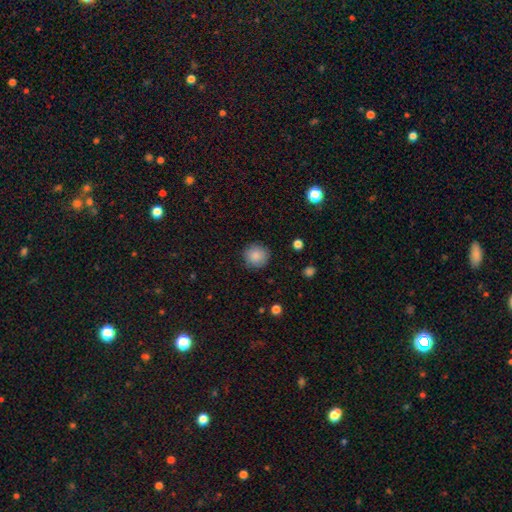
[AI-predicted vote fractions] This is clearly a smooth galaxy (87%). How rounded: clearly round (92%). Merging: clearly none (88%).